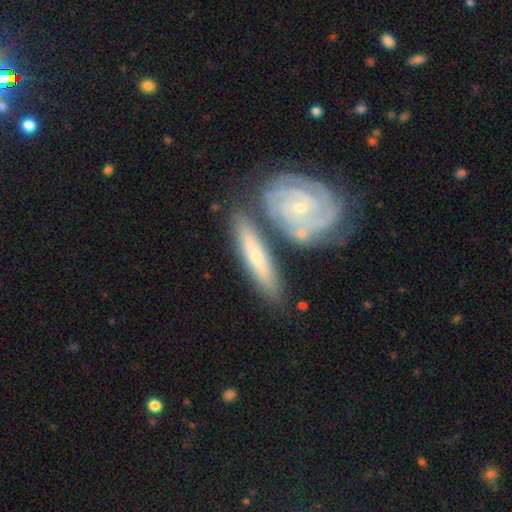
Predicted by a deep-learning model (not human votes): smooth_or_featured: featured or disk (p=0.67) [alt: smooth p=0.28]
disk_edge_on: no (p=0.69) [alt: yes p=0.31]
merging: none (p=0.64) [alt: merger p=0.18]